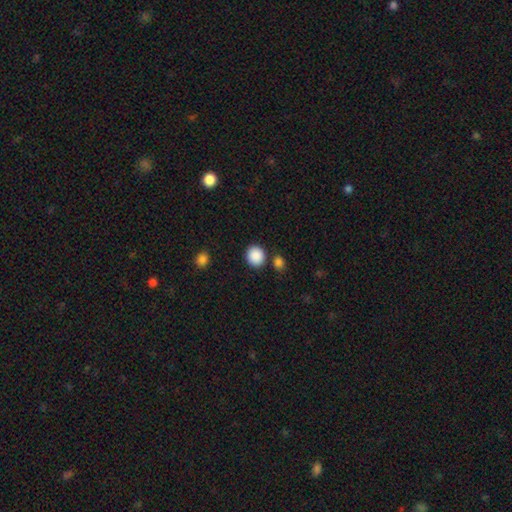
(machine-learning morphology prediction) smooth 89%, star or artifact 8%, featured or disk 3%. Down the decision tree: how rounded — round (80%); merging — none (83%).